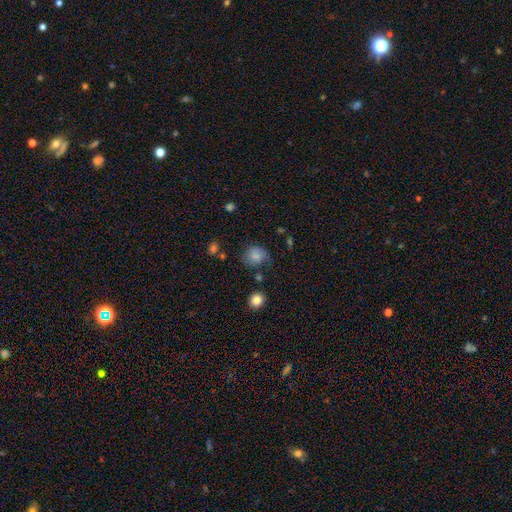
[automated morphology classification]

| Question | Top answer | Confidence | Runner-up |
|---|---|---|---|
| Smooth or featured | smooth | 73% | featured or disk (16%) |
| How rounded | round | 70% | in between (29%) |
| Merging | none | 57% | minor disturbance (27%) |